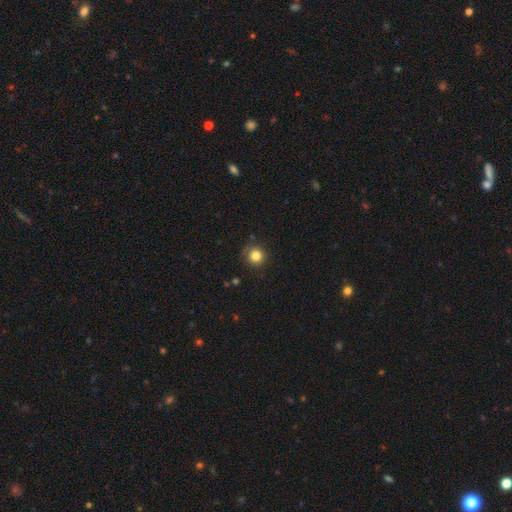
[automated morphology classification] Smooth or featured?
  - smooth: 82% *
  - star or artifact: 12%
  - featured or disk: 5%
How rounded?
  - round: 93% *
  - in between: 6%
  - cigar-shaped: 1%
Merging?
  - none: 85% *
  - minor disturbance: 11%
  - major disturbance: 3%
  - merger: 2%